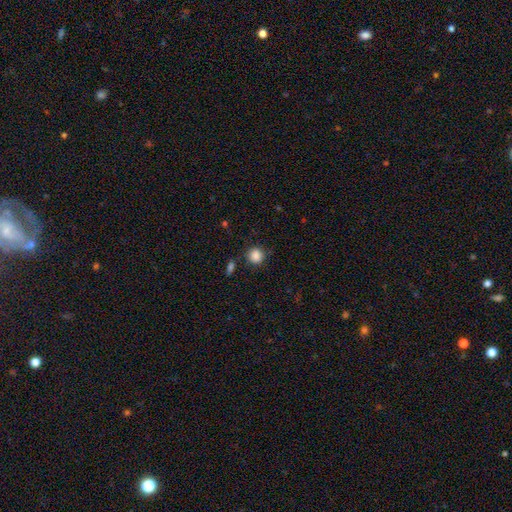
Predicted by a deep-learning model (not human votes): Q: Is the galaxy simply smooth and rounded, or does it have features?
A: smooth — 87%.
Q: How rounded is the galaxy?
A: round — 86%.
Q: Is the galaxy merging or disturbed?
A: none — 83%.